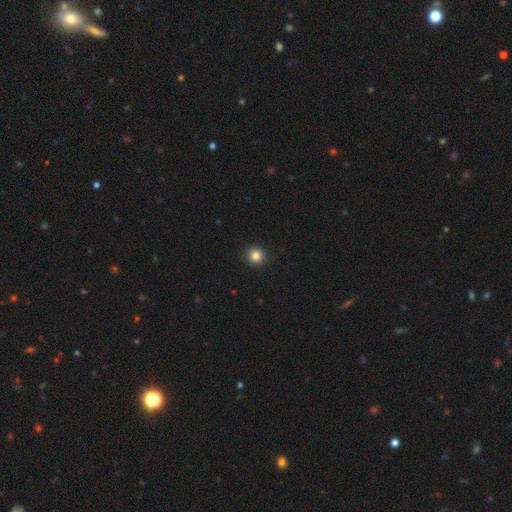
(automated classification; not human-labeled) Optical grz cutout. It shows a smooth galaxy with no disk features (84%) that is round (95%). Merging: none (92%).